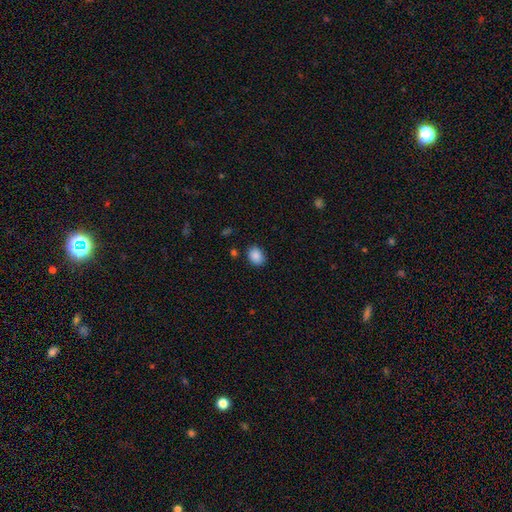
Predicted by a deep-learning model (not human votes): This is clearly a smooth galaxy (88%). How rounded: possibly in between (55%). Merging: clearly none (84%).